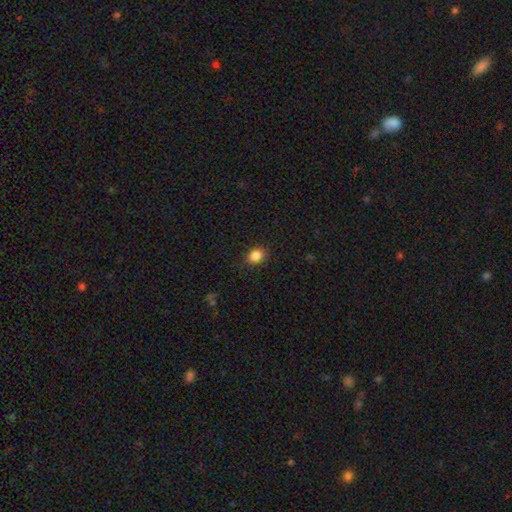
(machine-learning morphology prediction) Q: Smooth or featured?
A: smooth (85%); runner-up: star or artifact (10%)
Q: How rounded?
A: round (58%); runner-up: in between (41%)
Q: Merging?
A: none (89%); runner-up: minor disturbance (8%)